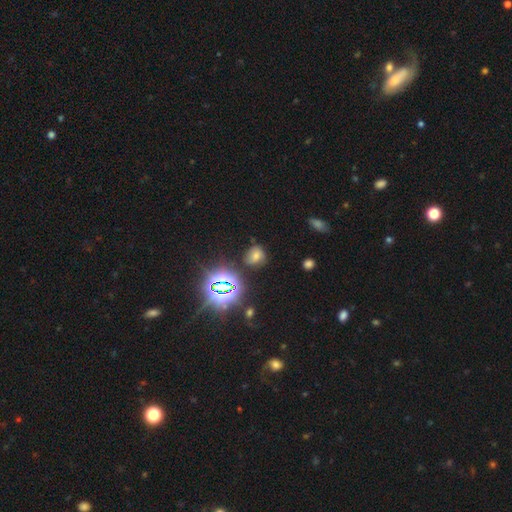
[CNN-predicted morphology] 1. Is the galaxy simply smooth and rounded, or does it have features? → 49% smooth, 38% star or artifact, 13% featured or disk.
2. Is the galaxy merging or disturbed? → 76% none, 16% minor disturbance, 5% major disturbance, 3% merger.